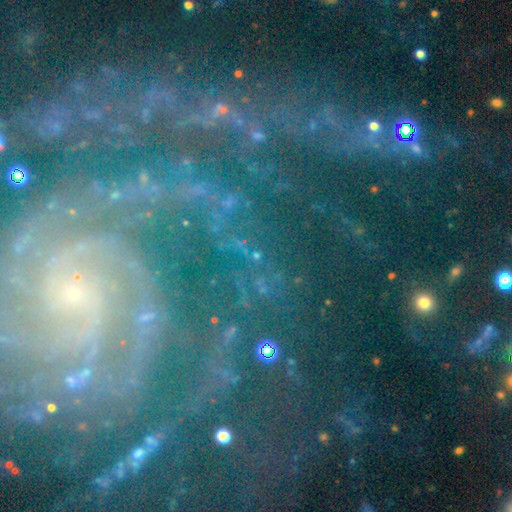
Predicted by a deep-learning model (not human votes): Smooth or featured? Predicted: featured or disk (p=0.44). Merging? Predicted: none (p=0.67).